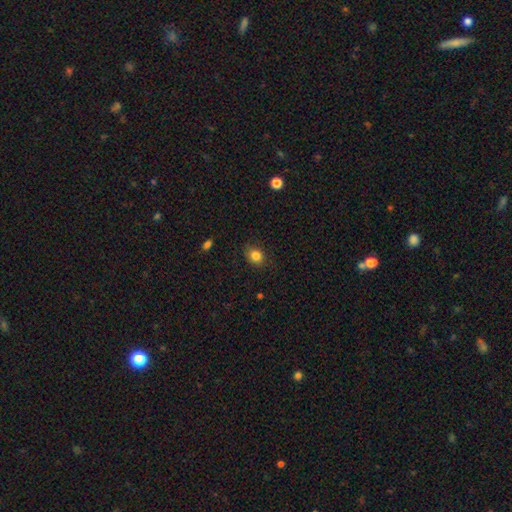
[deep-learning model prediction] smooth-or-featured: smooth: 84% | star or artifact: 11% | featured or disk: 5%
  how-rounded: round: 64% | in between: 35% | cigar-shaped: 1%
  merging: none: 83% | minor disturbance: 13% | major disturbance: 3% | merger: 1%